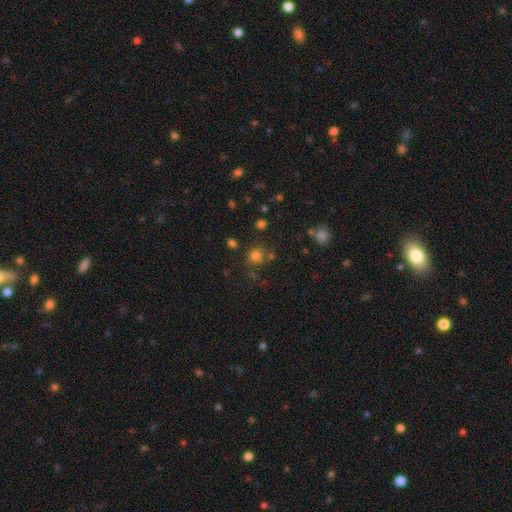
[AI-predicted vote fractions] Smooth or featured?
  - smooth: 74% *
  - star or artifact: 20%
  - featured or disk: 7%
How rounded?
  - round: 87% *
  - in between: 12%
  - cigar-shaped: 1%
Merging?
  - none: 73% *
  - minor disturbance: 11%
  - merger: 11%
  - major disturbance: 5%